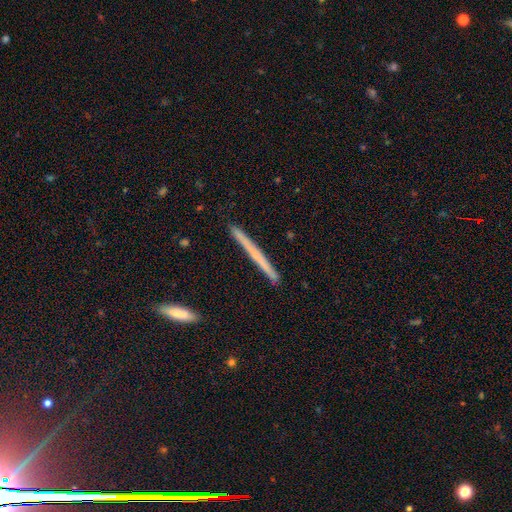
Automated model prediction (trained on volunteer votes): Morphology: type=smooth (49%); merging=none (90%).